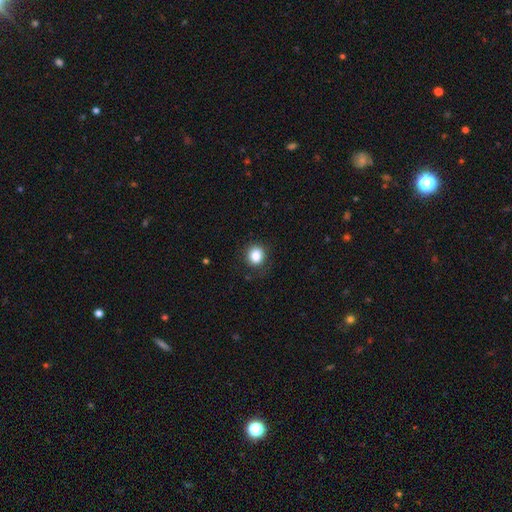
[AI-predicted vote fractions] Smooth or featured?
  - smooth: 85% *
  - star or artifact: 10%
  - featured or disk: 4%
How rounded?
  - round: 80% *
  - in between: 20%
  - cigar-shaped: 1%
Merging?
  - none: 85% *
  - minor disturbance: 11%
  - major disturbance: 3%
  - merger: 1%